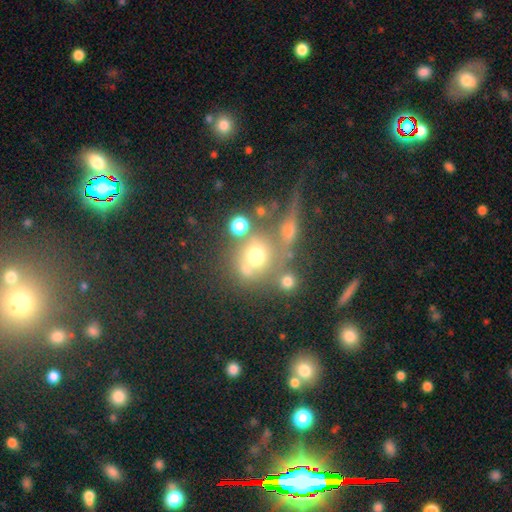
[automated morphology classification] type=smooth (58%); roundness=round (80%); merging=none (48%).